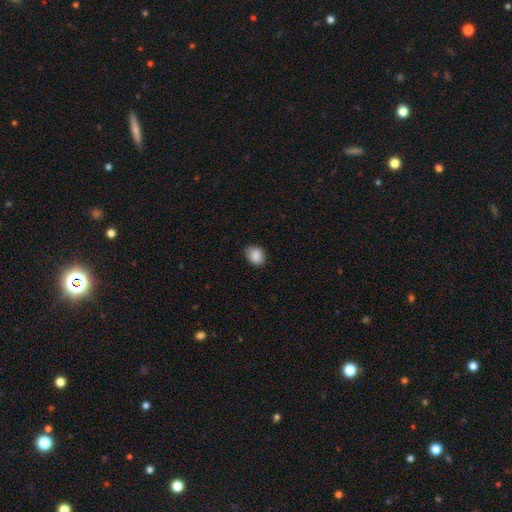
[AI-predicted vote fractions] Smooth or featured: smooth — 88% (star or artifact — 8%)
How rounded: in between — 65% (round — 34%)
Merging: none — 80% (minor disturbance — 16%)